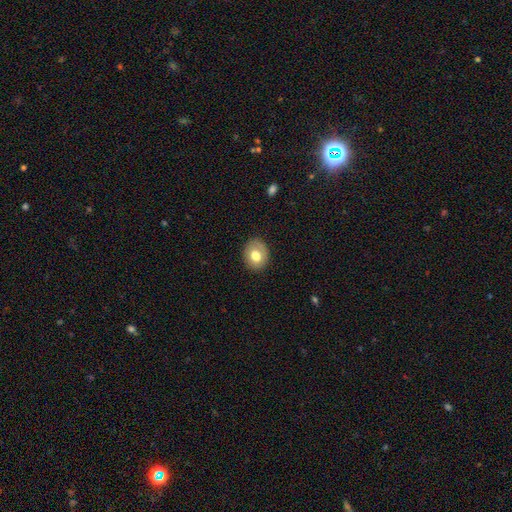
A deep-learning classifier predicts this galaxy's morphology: This appears to be a smooth galaxy with no disk features (73%) that is round (56%). Merging: none (84%).